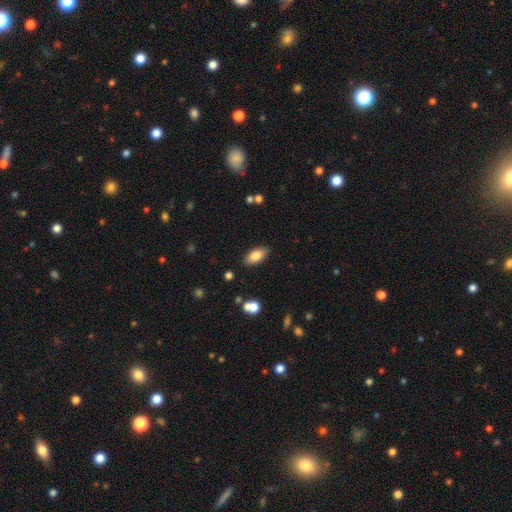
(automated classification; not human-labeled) smooth 83%, featured or disk 10%, star or artifact 7%. Down the decision tree: how rounded — in between (90%); merging — none (86%).